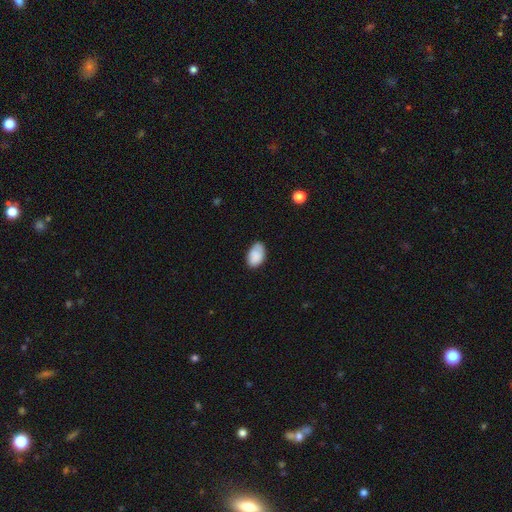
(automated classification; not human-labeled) Overall: smooth (86%). How rounded: in between (91%). Merging: none (67%).